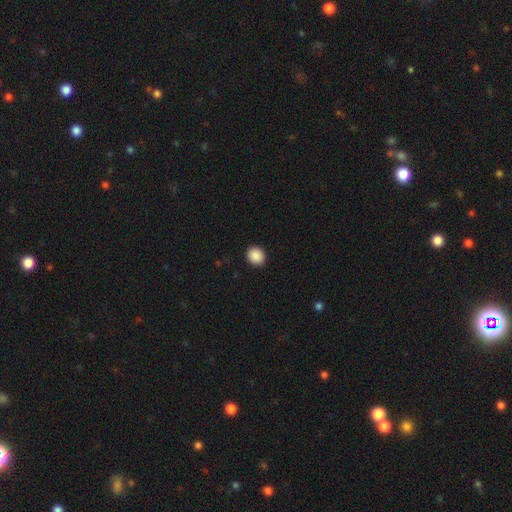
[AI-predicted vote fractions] A smooth galaxy with no disk features (90%) that is round (77%). Merging: none (91%).